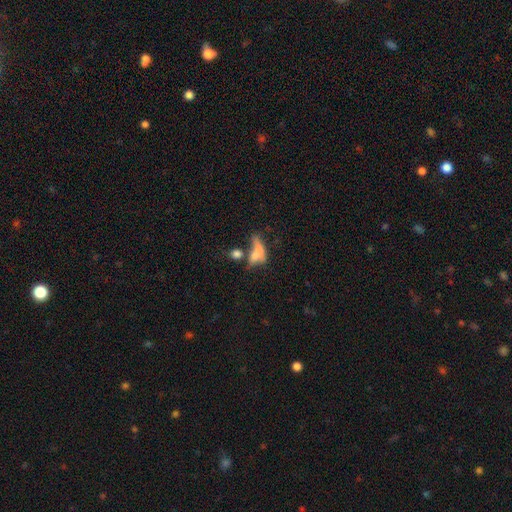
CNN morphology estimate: smooth-or-featured: smooth: 59% | featured or disk: 28% | star or artifact: 13%
  how-rounded: in between: 68% | cigar-shaped: 18% | round: 14%
  merging: merger: 42% | major disturbance: 22% | none: 22% | minor disturbance: 14%